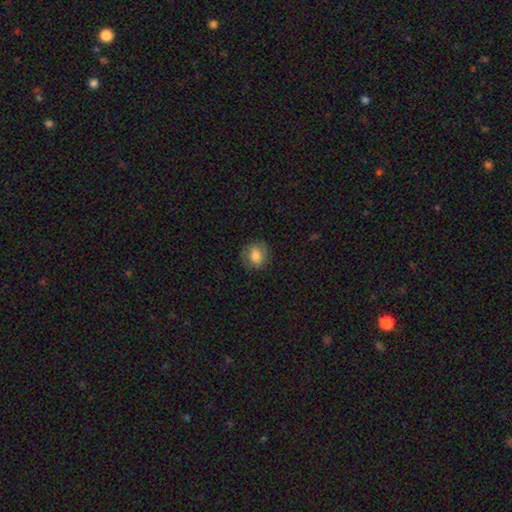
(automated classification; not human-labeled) Q: Smooth or featured?
A: smooth (77%); runner-up: featured or disk (14%)
Q: How rounded?
A: round (66%); runner-up: in between (33%)
Q: Merging?
A: none (82%); runner-up: minor disturbance (13%)